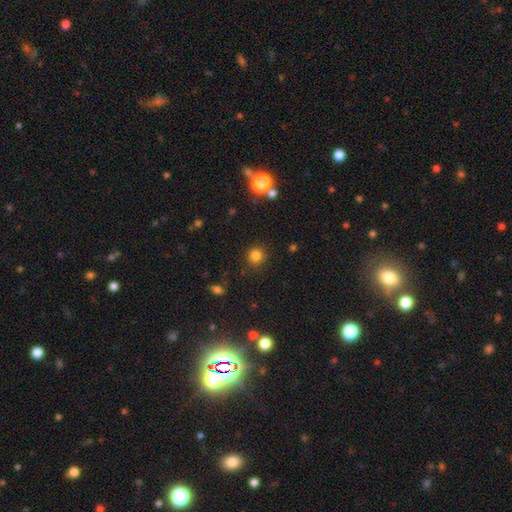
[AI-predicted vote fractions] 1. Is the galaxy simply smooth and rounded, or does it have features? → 82% smooth, 14% star or artifact, 4% featured or disk.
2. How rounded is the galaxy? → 91% round, 8% in between, 1% cigar-shaped.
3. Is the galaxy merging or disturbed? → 88% none, 7% minor disturbance, 3% major disturbance, 2% merger.